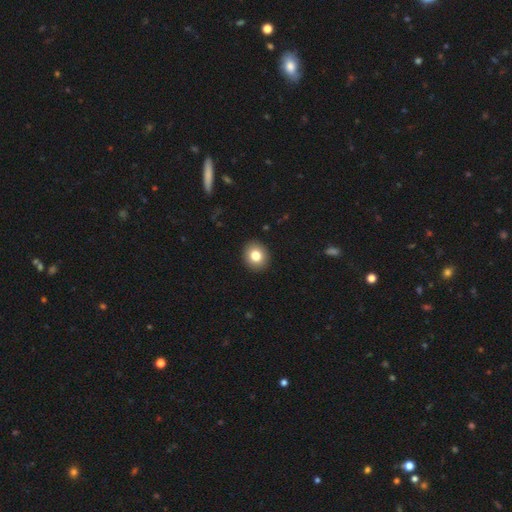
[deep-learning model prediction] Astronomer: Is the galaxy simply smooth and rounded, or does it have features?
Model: smooth — 81%.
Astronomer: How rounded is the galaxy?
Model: round — 74%.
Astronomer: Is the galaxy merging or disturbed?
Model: none — 92%.